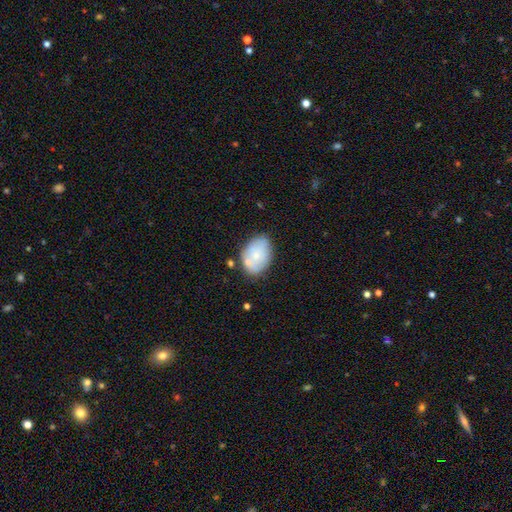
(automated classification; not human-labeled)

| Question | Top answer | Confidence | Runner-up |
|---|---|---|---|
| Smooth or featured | smooth | 67% | featured or disk (26%) |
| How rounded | in between | 82% | round (17%) |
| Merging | none | 61% | minor disturbance (24%) |